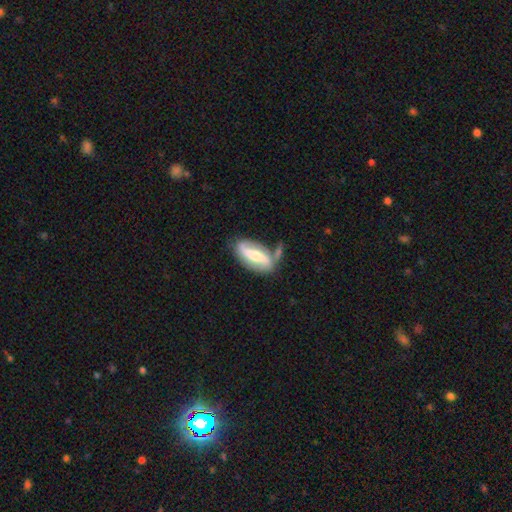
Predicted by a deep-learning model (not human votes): Morphology: type=featured or disk (69%); edge-on=no (87%); bar=strong (50%); spiral arms=yes (82%); bulge=moderate (54%); merging=none (59%).